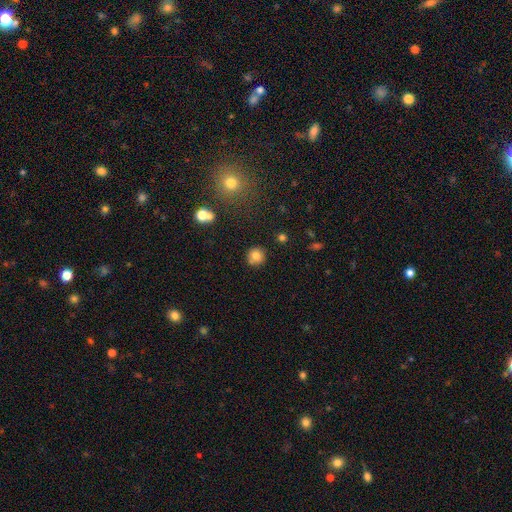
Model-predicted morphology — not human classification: The model was most divided on "smooth or featured": smooth: 78%, star or artifact: 12%, featured or disk: 10%. More confident: how rounded — round (92%); merging — none (79%).